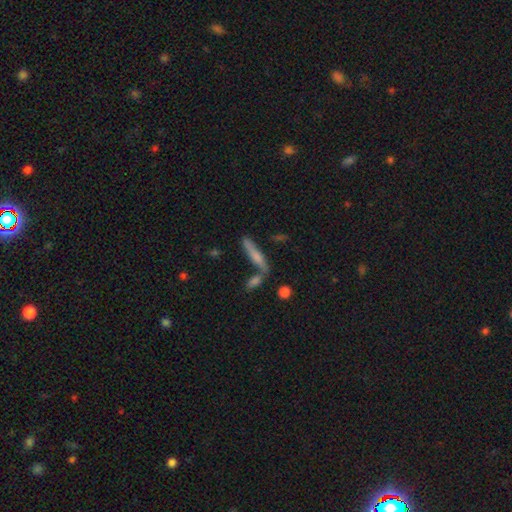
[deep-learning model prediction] smooth 53%, featured or disk 39%, star or artifact 8%. Down the decision tree: how rounded — cigar-shaped (87%); merging — none (66%).